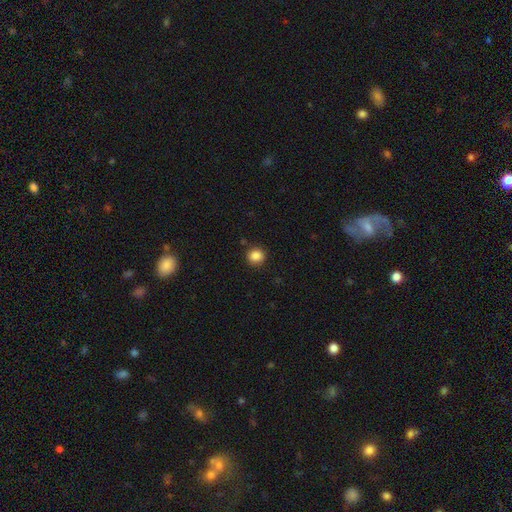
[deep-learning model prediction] Morphology: type=smooth (86%); roundness=round (87%); merging=none (89%).